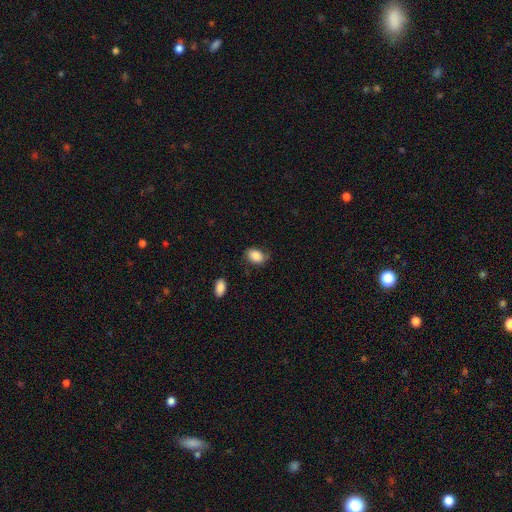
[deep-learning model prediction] Smooth or featured?
  - smooth: 85% *
  - star or artifact: 8%
  - featured or disk: 7%
How rounded?
  - in between: 79% *
  - round: 20%
  - cigar-shaped: 1%
Merging?
  - none: 69% *
  - minor disturbance: 23%
  - major disturbance: 6%
  - merger: 2%